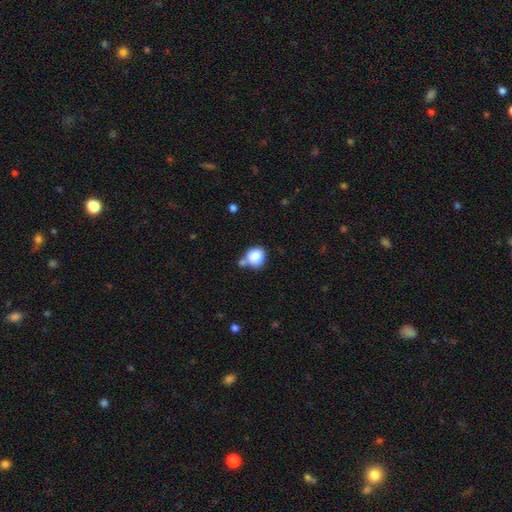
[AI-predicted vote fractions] smooth-or-featured: smooth: 83% | star or artifact: 9% | featured or disk: 7%
  how-rounded: round: 83% | in between: 16% | cigar-shaped: 1%
  merging: none: 55% | merger: 25% | minor disturbance: 15% | major disturbance: 5%